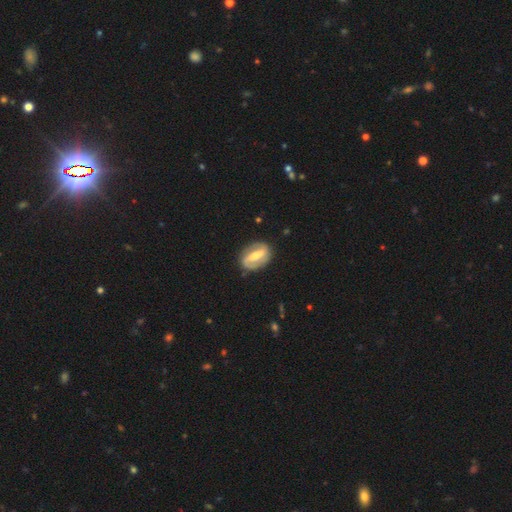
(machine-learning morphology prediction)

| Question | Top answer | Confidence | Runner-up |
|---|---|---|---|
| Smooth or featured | featured or disk | 78% | smooth (18%) |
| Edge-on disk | no | 94% | yes (6%) |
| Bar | strong | 66% | weak (24%) |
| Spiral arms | yes | 78% | no (22%) |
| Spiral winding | medium | 37% | tight (34%) |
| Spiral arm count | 2 | 86% | can't tell (7%) |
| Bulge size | moderate | 55% | small (35%) |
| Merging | none | 83% | minor disturbance (12%) |